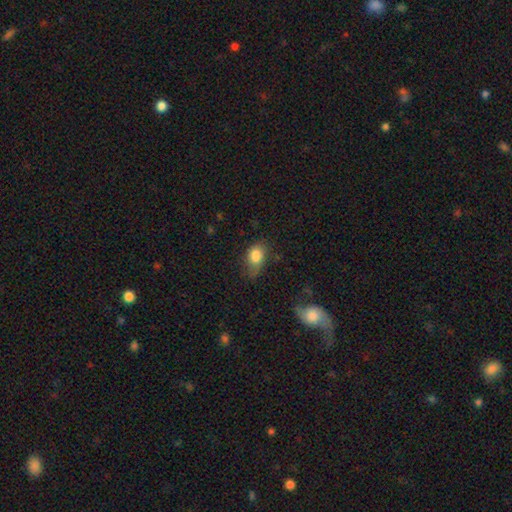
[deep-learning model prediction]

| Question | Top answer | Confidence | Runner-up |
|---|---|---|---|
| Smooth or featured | smooth | 81% | featured or disk (10%) |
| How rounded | in between | 78% | round (21%) |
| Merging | none | 48% | minor disturbance (34%) |